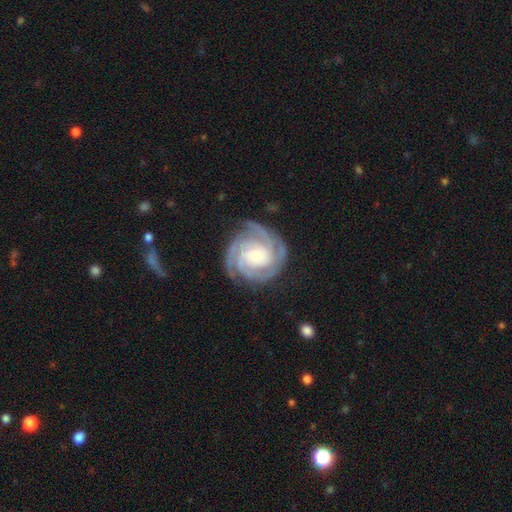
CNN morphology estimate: The model was most divided on "spiral arm count": 3: 42%, 4: 21%, 2: 13%, can't tell: 11%, more than 4: 6%, 1: 6%. More confident: spiral arms — yes (99%); edge-on disk — no (98%); smooth or featured — featured or disk (91%); merging — none (80%); spiral winding — tight (78%); bar — no (68%); bulge size — small (56%).